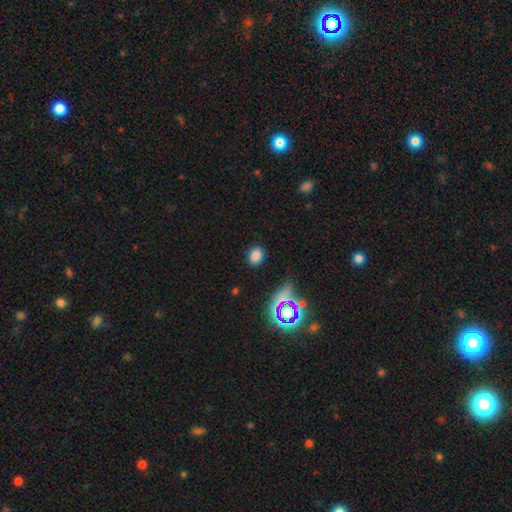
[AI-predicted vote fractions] Q: Smooth or featured?
A: smooth (79%); runner-up: star or artifact (15%)
Q: How rounded?
A: in between (51%); runner-up: round (48%)
Q: Merging?
A: none (87%); runner-up: minor disturbance (9%)